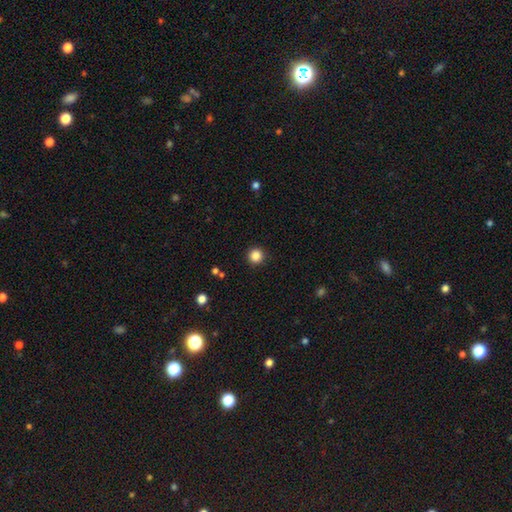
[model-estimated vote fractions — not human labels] This appears to be a smooth galaxy with no disk features (85%) that is round (96%). Merging: none (92%).